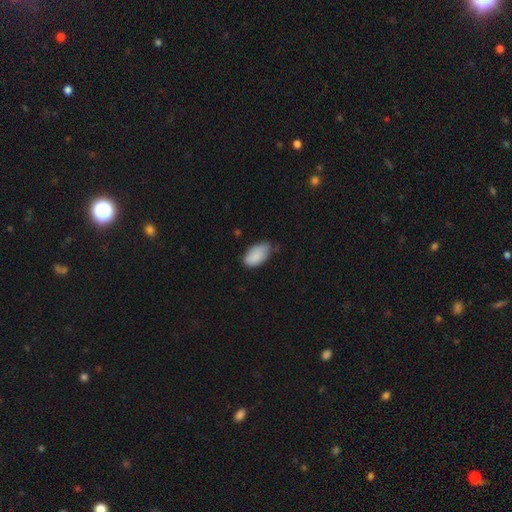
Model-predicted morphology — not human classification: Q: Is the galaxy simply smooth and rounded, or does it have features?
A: smooth — 87%.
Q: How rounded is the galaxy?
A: in between — 94%.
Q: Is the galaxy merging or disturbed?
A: none — 45%.